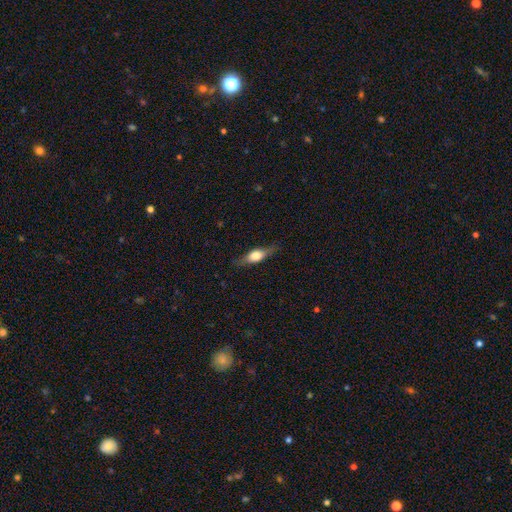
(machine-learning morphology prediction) featured or disk 49%, smooth 44%, star or artifact 7%. Down the decision tree: merging — none (81%).